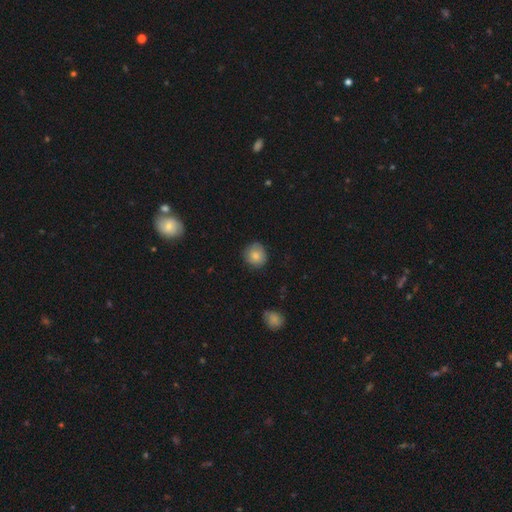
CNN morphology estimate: Overall: smooth (81%). How rounded: round (89%). Merging: none (81%).